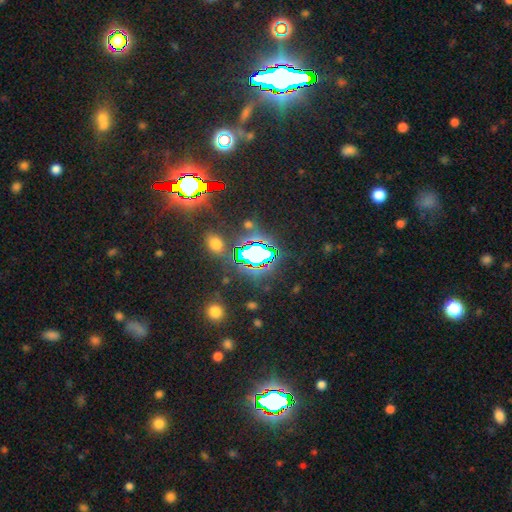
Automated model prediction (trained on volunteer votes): smooth-or-featured: star or artifact: 68% | smooth: 21% | featured or disk: 11%